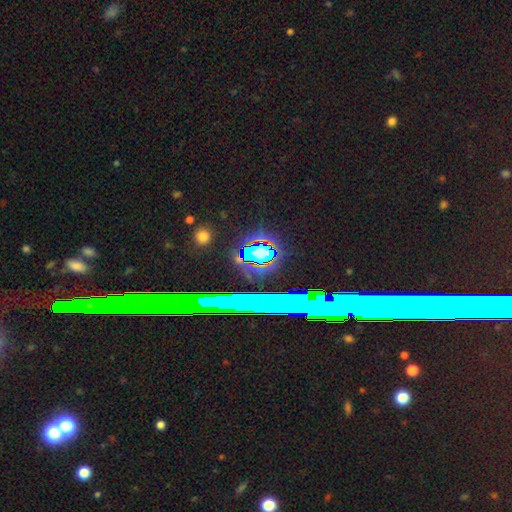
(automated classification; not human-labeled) Smooth or featured? star or artifact (77%)